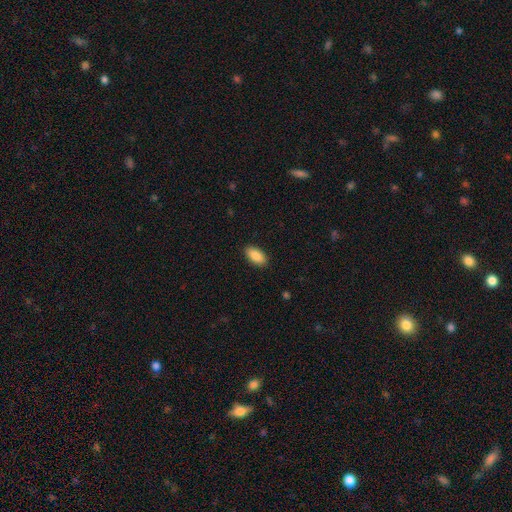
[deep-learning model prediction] Smooth or featured: smooth — 89% (star or artifact — 6%)
How rounded: in between — 93% (cigar-shaped — 4%)
Merging: none — 89% (minor disturbance — 8%)